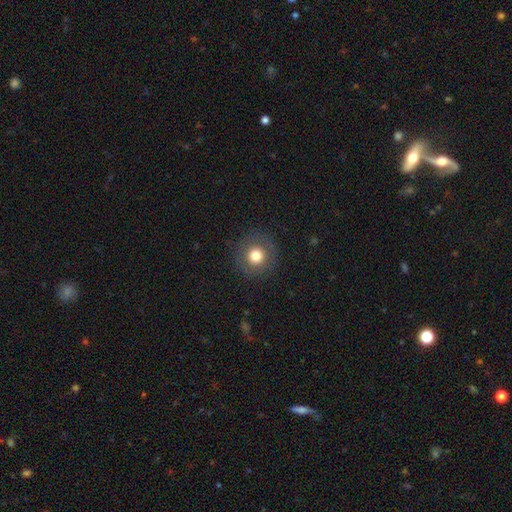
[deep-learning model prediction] Smooth or featured?
  - smooth: 75% *
  - featured or disk: 14%
  - star or artifact: 11%
How rounded?
  - round: 95% *
  - in between: 4%
  - cigar-shaped: 1%
Merging?
  - none: 89% *
  - minor disturbance: 7%
  - major disturbance: 3%
  - merger: 1%